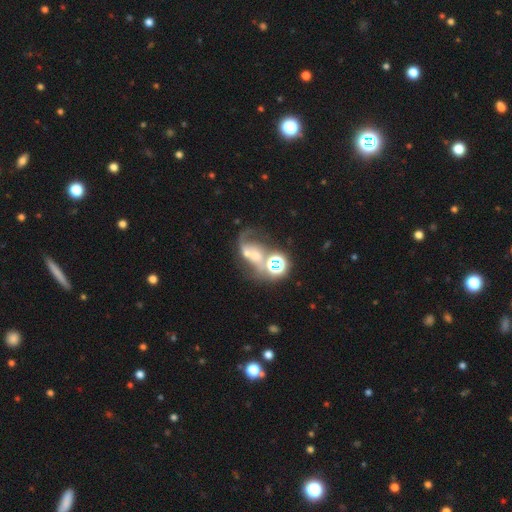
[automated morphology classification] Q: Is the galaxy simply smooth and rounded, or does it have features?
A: featured or disk — 55%.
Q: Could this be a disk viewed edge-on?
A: no — 97%.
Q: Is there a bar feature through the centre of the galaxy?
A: no — 61%.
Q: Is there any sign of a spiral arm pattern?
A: yes — 76%.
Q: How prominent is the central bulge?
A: small — 30%.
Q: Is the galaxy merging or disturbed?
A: merger — 35%.